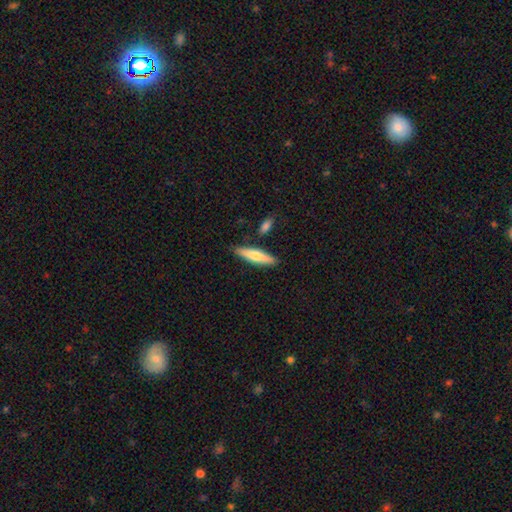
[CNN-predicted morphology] smooth_or_featured: smooth (p=0.67) [alt: featured or disk p=0.27]
how_rounded: cigar-shaped (p=0.76) [alt: in between p=0.22]
merging: none (p=0.82) [alt: minor disturbance p=0.11]